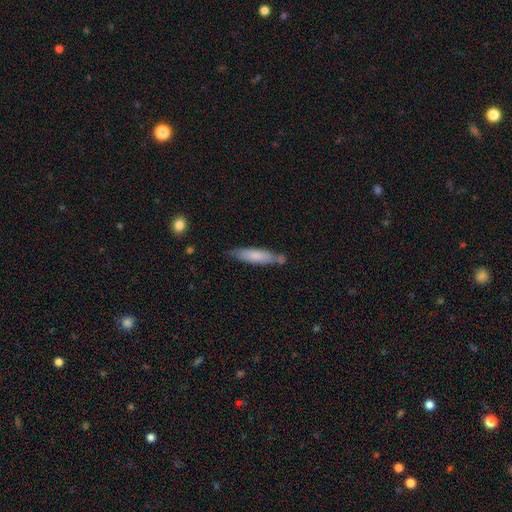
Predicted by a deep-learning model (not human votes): smooth 74%, featured or disk 21%, star or artifact 6%. Down the decision tree: how rounded — cigar-shaped (72%); merging — none (62%).